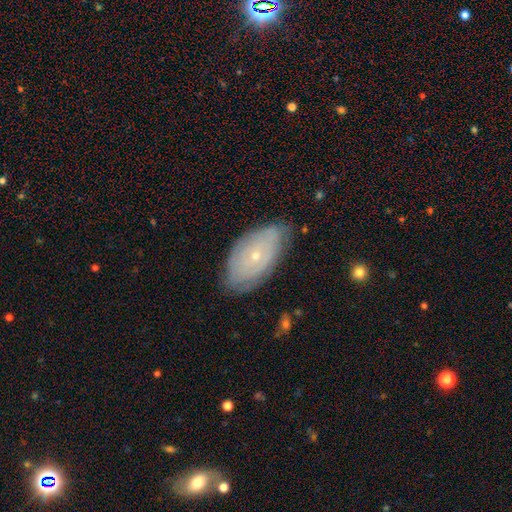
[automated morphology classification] Smooth or featured? Predicted: featured or disk (p=0.62). Edge-on disk? Predicted: no (p=0.93). Bar? Predicted: no (p=0.87). Spiral arms? Predicted: yes (p=0.65). Bulge size? Predicted: small (p=0.78). Merging? Predicted: none (p=0.74).